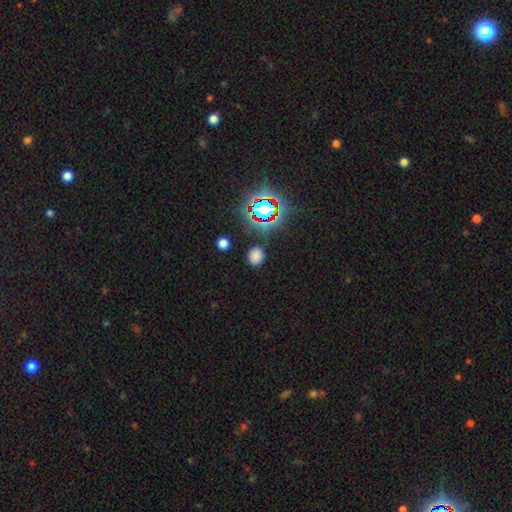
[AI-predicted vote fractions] Smooth or featured?
  - smooth: 73% *
  - star or artifact: 21%
  - featured or disk: 6%
How rounded?
  - round: 68% *
  - in between: 31%
  - cigar-shaped: 1%
Merging?
  - none: 86% *
  - minor disturbance: 9%
  - major disturbance: 3%
  - merger: 2%